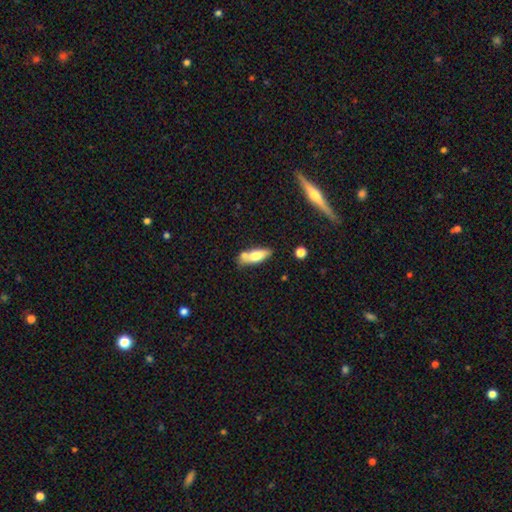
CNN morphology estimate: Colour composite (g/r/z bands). It shows a smooth galaxy with no disk features (67%) that is in between round and cigar-shaped (64%). Merging: none (56%).